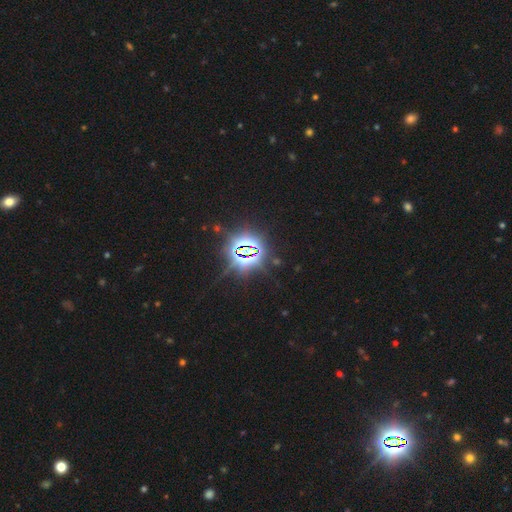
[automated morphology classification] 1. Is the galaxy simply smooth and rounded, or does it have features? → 84% star or artifact, 9% smooth, 7% featured or disk.